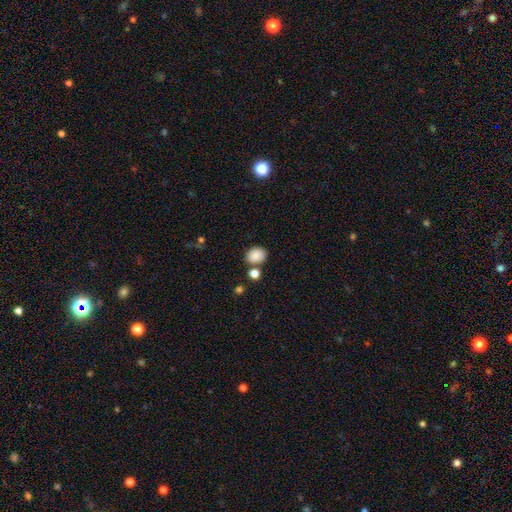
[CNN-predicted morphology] Overall: smooth (87%). How rounded: in between (51%; round 48%). Merging: none (74%).